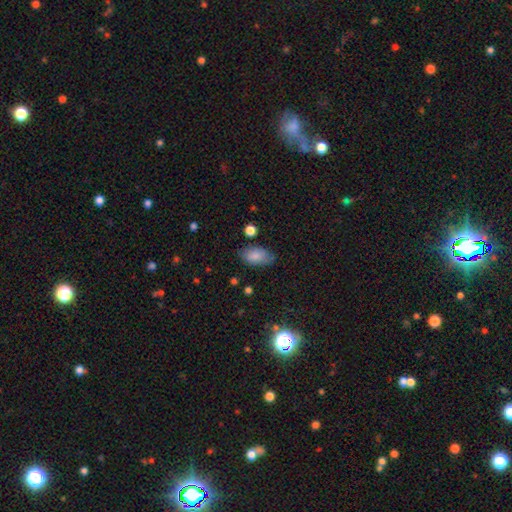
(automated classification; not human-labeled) The model was most divided on "merging": none: 74%, minor disturbance: 19%, major disturbance: 4%, merger: 2%. More confident: how rounded — in between (93%); smooth or featured — smooth (85%).